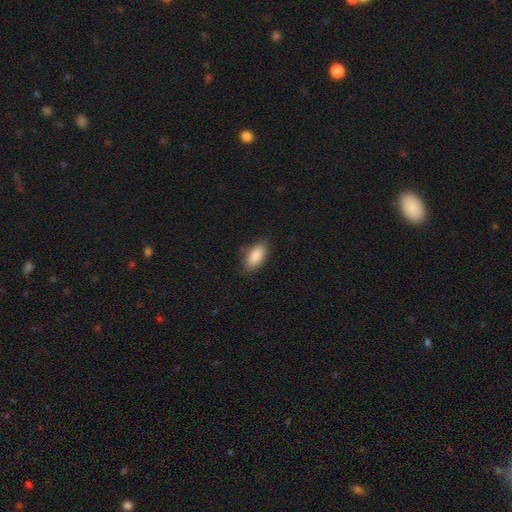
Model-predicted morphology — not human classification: Smooth or featured? smooth (87%)
How rounded? in between (91%)
Merging? none (80%)